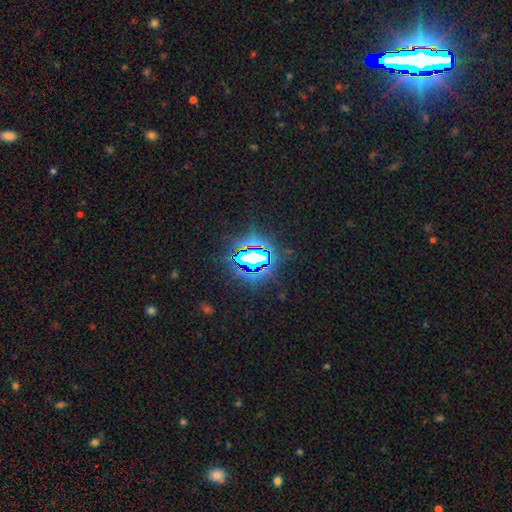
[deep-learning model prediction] Smooth or featured: star or artifact — 85% (smooth — 9%)